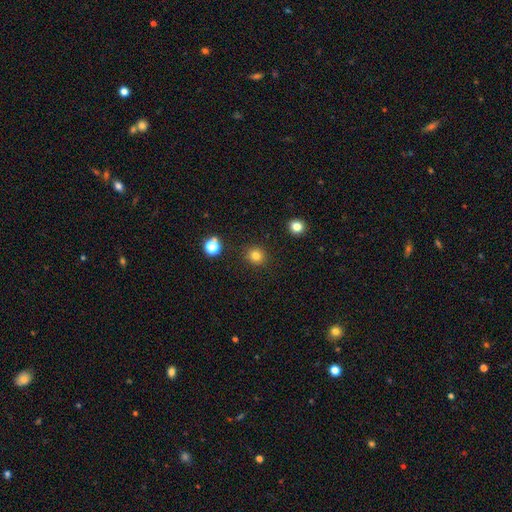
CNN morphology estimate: Overall: smooth (80%). How rounded: round (89%). Merging: none (90%).